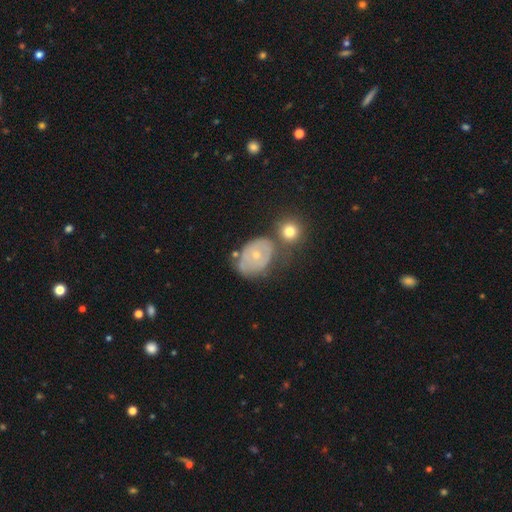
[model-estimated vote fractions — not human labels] smooth-or-featured: featured or disk: 53% | smooth: 38% | star or artifact: 9%
  disk-edge-on: no: 95% | yes: 5%
    bar: no: 87% | weak: 10% | strong: 3%
    has-spiral-arms: no: 56% | yes: 44%
    bulge-size: small: 65% | moderate: 31% | none: 1% | large: 1% | dominant: 1%
  merging: none: 44% | minor disturbance: 26% | merger: 18% | major disturbance: 12%